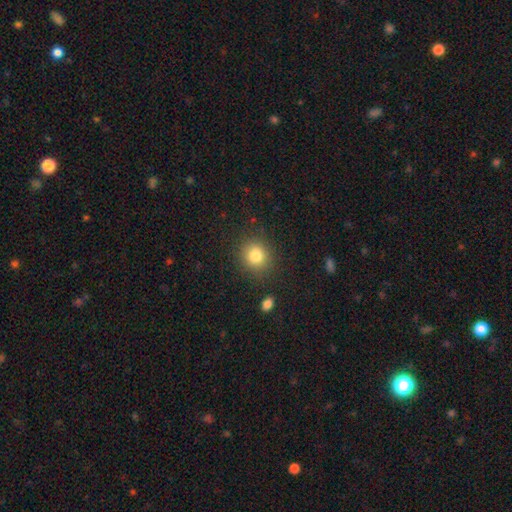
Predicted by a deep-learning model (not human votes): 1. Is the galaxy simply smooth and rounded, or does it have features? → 82% smooth, 11% star or artifact, 7% featured or disk.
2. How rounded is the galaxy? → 84% round, 15% in between, 1% cigar-shaped.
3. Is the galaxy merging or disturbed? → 86% none, 9% minor disturbance, 3% major disturbance, 2% merger.